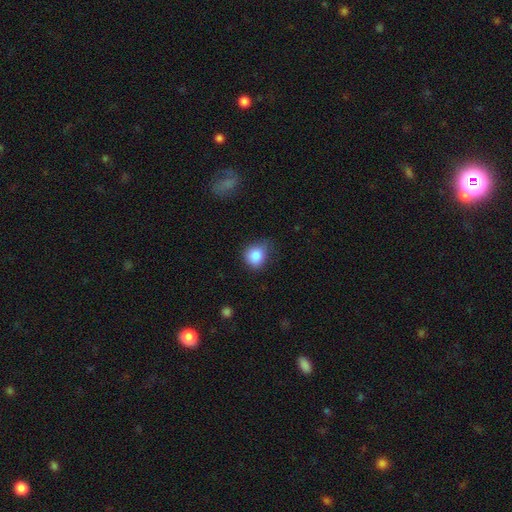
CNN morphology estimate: Smooth or featured? smooth (84%)
How rounded? round (71%)
Merging? none (58%)